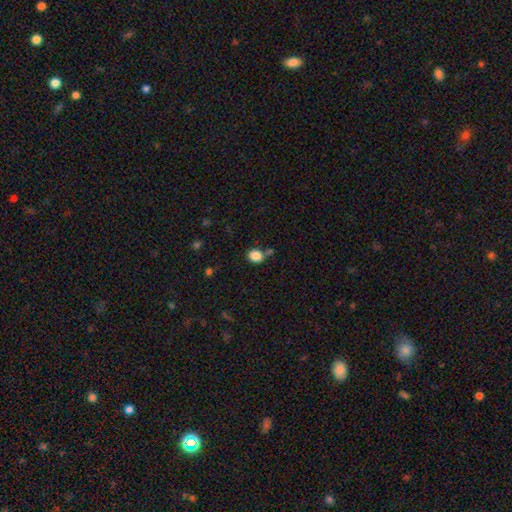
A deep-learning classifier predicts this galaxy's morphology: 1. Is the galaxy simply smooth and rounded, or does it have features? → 86% smooth, 10% star or artifact, 4% featured or disk.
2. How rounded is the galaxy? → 58% round, 42% in between, 1% cigar-shaped.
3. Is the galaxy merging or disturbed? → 70% none, 14% merger, 13% minor disturbance, 4% major disturbance.